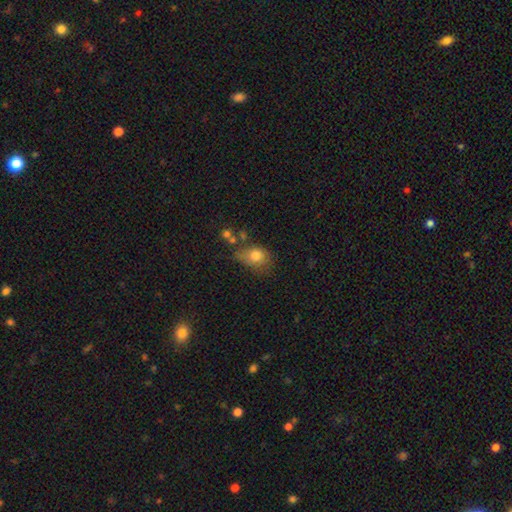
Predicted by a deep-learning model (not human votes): This appears to be a smooth galaxy with no disk features (76%) that is in between round and cigar-shaped (58%). Merging: none (35%).